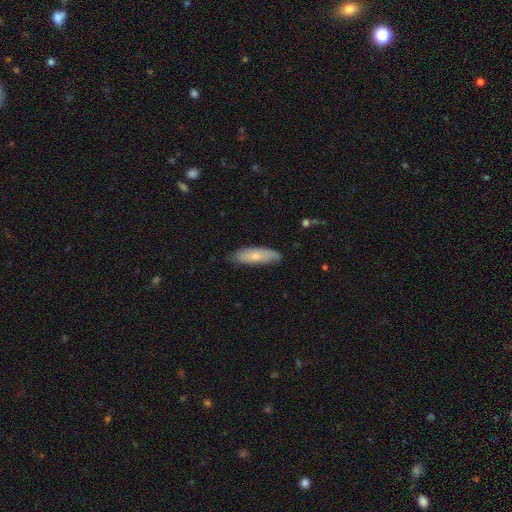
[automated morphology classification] Smooth or featured? Predicted: smooth (p=0.65). How rounded? Predicted: in between (p=0.54). Merging? Predicted: none (p=0.75).